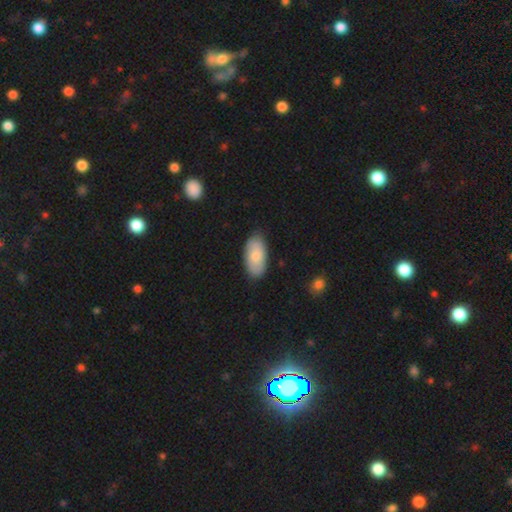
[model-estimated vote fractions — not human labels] Smooth or featured? smooth (77%)
How rounded? in between (94%)
Merging? none (83%)